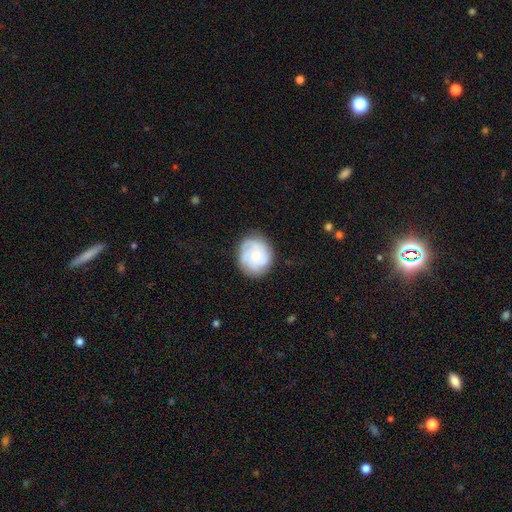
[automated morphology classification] The model was most divided on "bulge size": small: 47%, moderate: 46%, large: 3%, none: 2%, dominant: 1%. Remaining: edge-on disk — no (98%); spiral arms — yes (86%); bar — no (81%); merging — none (77%); spiral winding — tight (62%); smooth or featured — featured or disk (61%); spiral arm count — can't tell (37%).